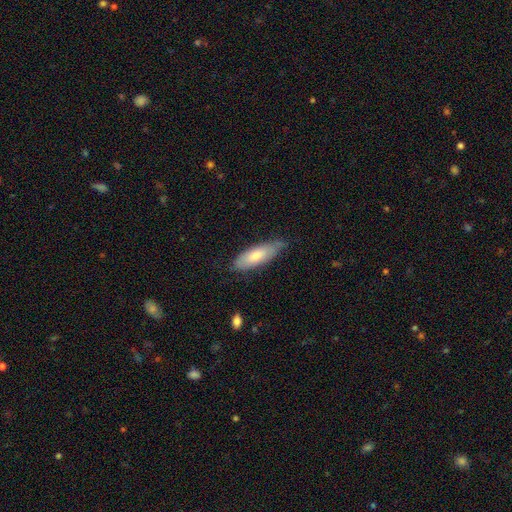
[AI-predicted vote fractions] Smooth or featured? smooth (70%)
How rounded? in between (59%)
Merging? none (62%)